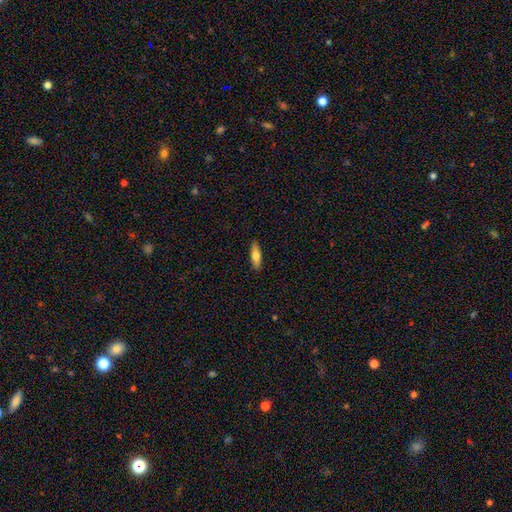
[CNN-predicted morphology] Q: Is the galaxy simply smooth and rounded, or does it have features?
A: smooth — 71%.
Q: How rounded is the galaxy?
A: cigar-shaped — 50%.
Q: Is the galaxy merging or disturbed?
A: none — 89%.